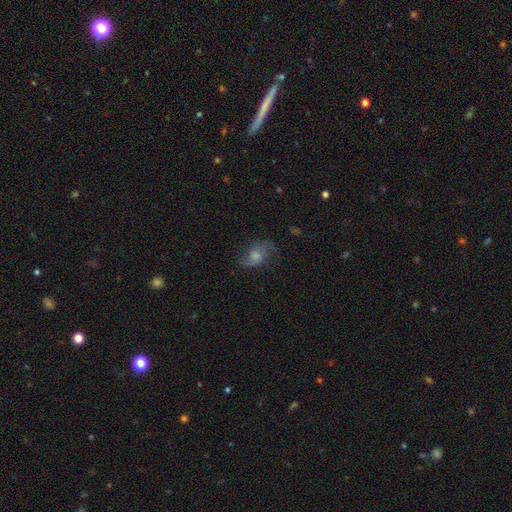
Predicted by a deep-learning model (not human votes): Overall: featured or disk (55%; smooth 35%). Edge-on disk: no (96%). Bar: no (66%; weak 29%). Spiral arms: yes (87%). Bulge size: moderate (46%; small 30%). Merging: none (61%; minor disturbance 22%).